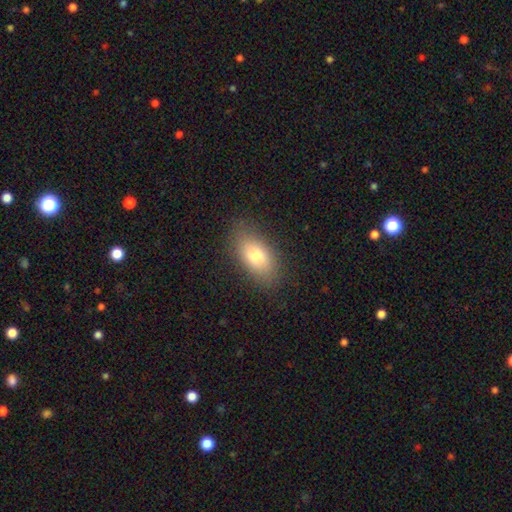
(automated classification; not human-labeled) smooth-or-featured: smooth: 78% | featured or disk: 14% | star or artifact: 8%
  how-rounded: in between: 90% | cigar-shaped: 5% | round: 5%
  merging: none: 83% | minor disturbance: 13% | major disturbance: 3% | merger: 1%